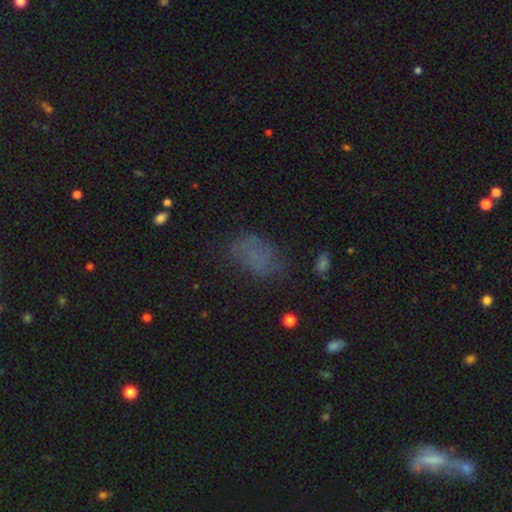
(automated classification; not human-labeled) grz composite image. It shows a smooth galaxy with no disk features (60%) that is in between round and cigar-shaped (85%). Merging: none (59%).